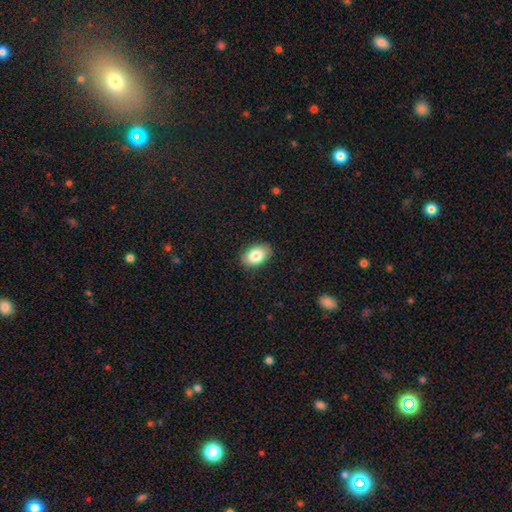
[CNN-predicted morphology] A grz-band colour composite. It shows a smooth galaxy with no disk features (83%) that is in between round and cigar-shaped (88%). Merging: none (87%).